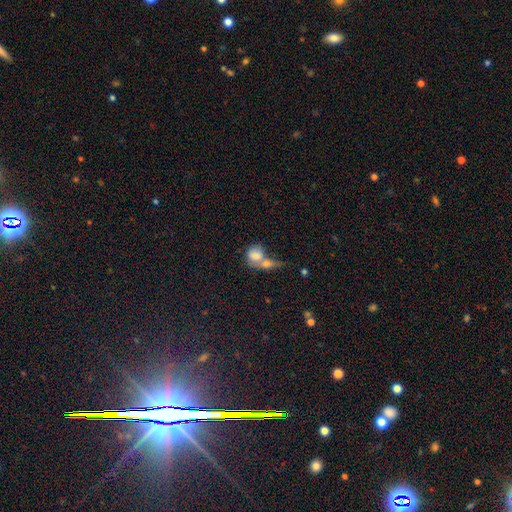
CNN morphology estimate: A smooth galaxy with no disk features (74%) that is round (55%). Merging: merger (61%).